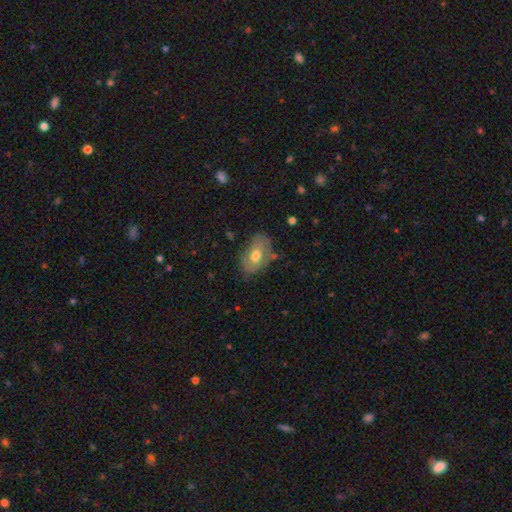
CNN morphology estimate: The model was most divided on "smooth or featured": smooth: 57%, featured or disk: 36%, star or artifact: 7%. More confident: how rounded — in between (87%); merging — none (63%).